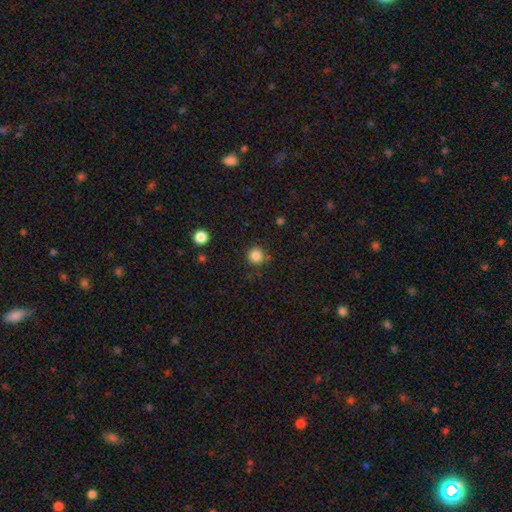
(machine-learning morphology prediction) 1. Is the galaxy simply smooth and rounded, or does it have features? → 84% smooth, 12% star or artifact, 4% featured or disk.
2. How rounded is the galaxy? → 94% round, 5% in between, 1% cigar-shaped.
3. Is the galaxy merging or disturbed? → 83% none, 11% minor disturbance, 3% merger, 3% major disturbance.